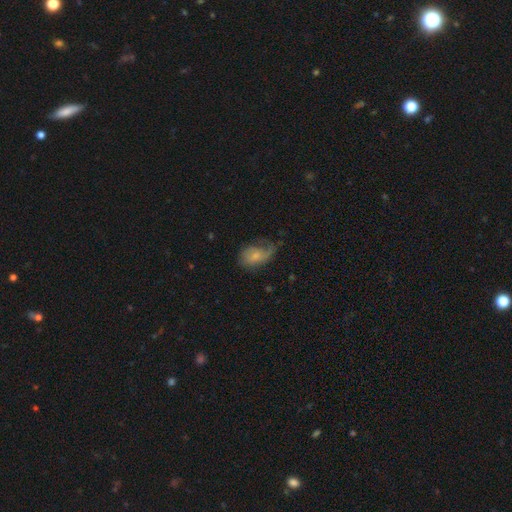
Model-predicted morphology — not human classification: The model was most divided on "smooth or featured": smooth: 46%, featured or disk: 45%, star or artifact: 8%. Remaining: merging — none (37%).